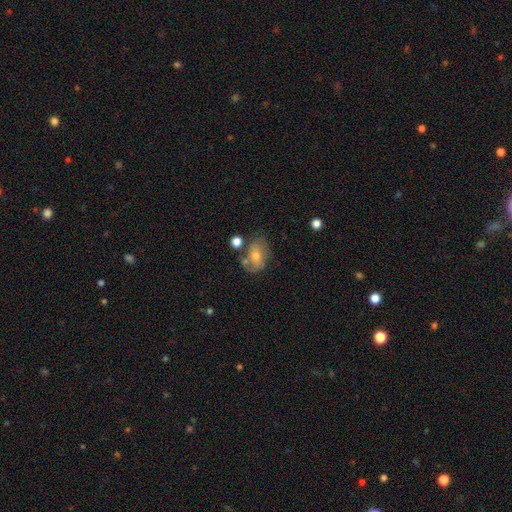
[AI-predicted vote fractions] Smooth or featured: smooth — 57% (featured or disk — 33%)
How rounded: in between — 76% (round — 22%)
Merging: none — 46% (minor disturbance — 24%)